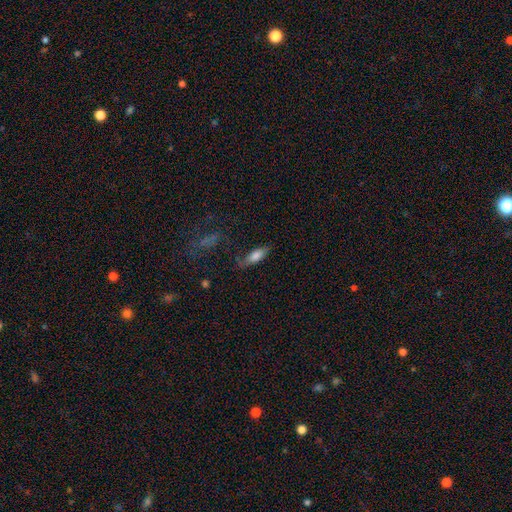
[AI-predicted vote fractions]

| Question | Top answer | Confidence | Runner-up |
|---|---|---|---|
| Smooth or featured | smooth | 76% | featured or disk (16%) |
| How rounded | in between | 65% | cigar-shaped (32%) |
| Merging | none | 64% | minor disturbance (24%) |